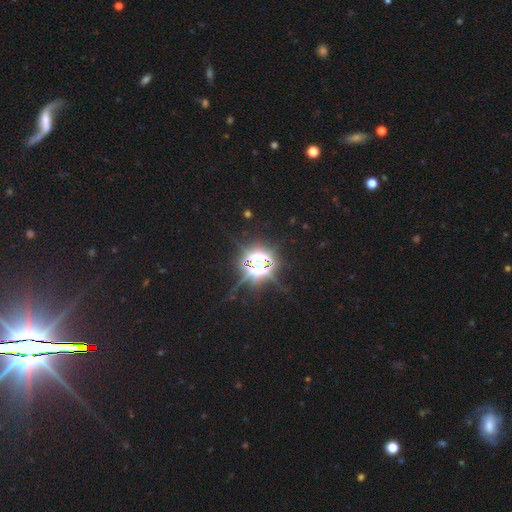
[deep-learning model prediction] Smooth or featured?
  - star or artifact: 85% *
  - smooth: 9%
  - featured or disk: 6%